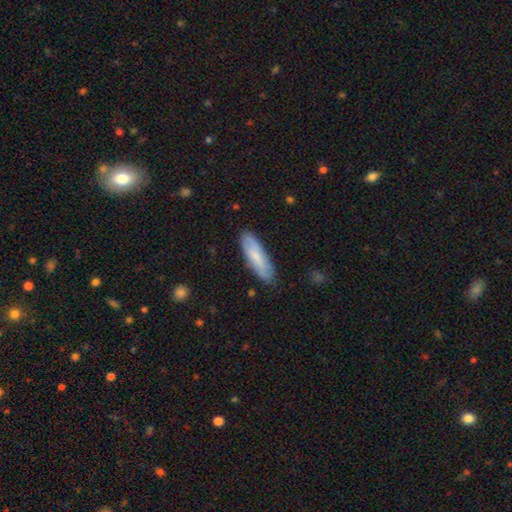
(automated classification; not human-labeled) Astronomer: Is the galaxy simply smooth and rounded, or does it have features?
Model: smooth — 74%.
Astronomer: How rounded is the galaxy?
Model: cigar-shaped — 61% (runner-up: in between, 38%).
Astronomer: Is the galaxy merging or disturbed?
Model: none — 86%.